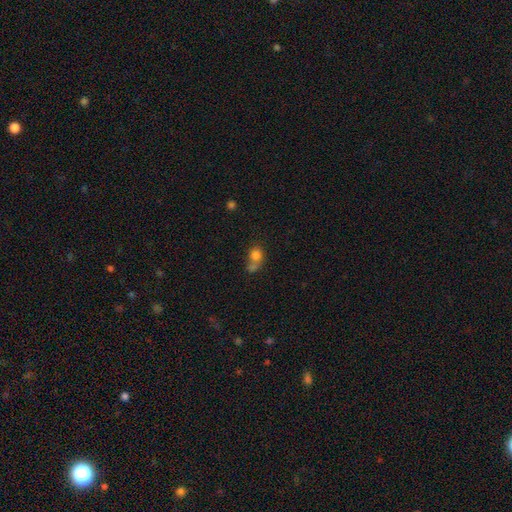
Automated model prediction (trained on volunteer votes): Smooth or featured: smooth — 78% (star or artifact — 11%)
How rounded: round — 69% (in between — 30%)
Merging: merger — 49% (none — 34%)